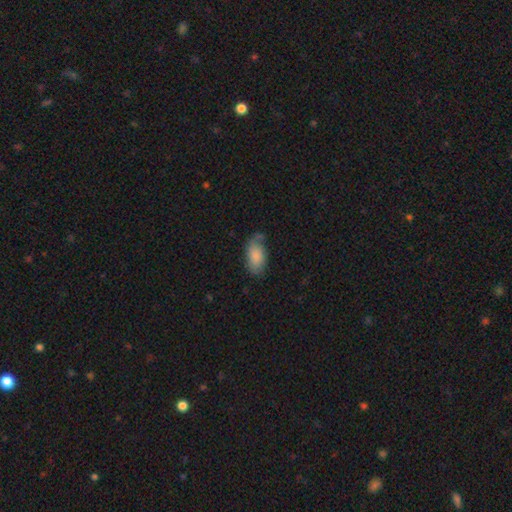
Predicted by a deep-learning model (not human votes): This is clearly a smooth galaxy (81%). How rounded: clearly in between (94%). Merging: possibly none (57%).